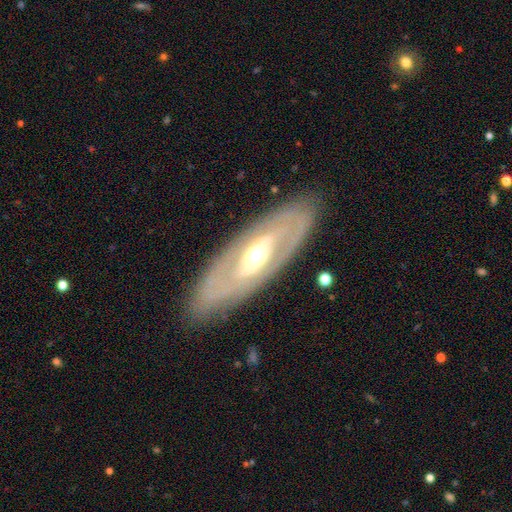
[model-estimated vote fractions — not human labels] Q: Smooth or featured?
A: featured or disk (75%); runner-up: smooth (20%)
Q: Edge-on disk?
A: no (81%); runner-up: yes (19%)
Q: Bar?
A: no (52%); runner-up: weak (29%)
Q: Spiral arms?
A: no (55%); runner-up: yes (45%)
Q: Bulge size?
A: moderate (69%); runner-up: small (19%)
Q: Merging?
A: none (84%); runner-up: minor disturbance (11%)